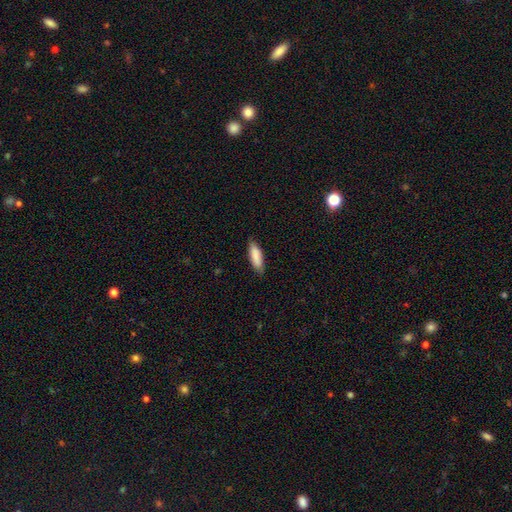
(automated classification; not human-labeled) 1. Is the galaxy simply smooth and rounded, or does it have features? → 87% smooth, 8% featured or disk, 6% star or artifact.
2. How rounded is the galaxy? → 49% cigar-shaped (tied), 49% in between (tied), 1% round.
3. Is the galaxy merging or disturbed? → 84% none, 13% minor disturbance, 2% major disturbance, 1% merger.